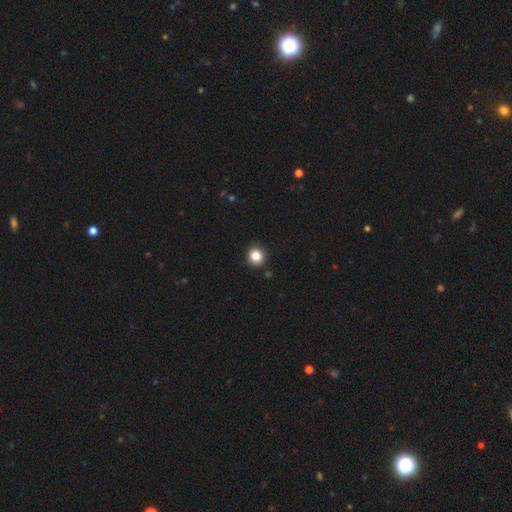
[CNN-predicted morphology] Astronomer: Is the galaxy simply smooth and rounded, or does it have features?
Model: smooth — 85%.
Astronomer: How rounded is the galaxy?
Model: round — 89%.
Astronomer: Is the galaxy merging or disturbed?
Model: none — 91%.